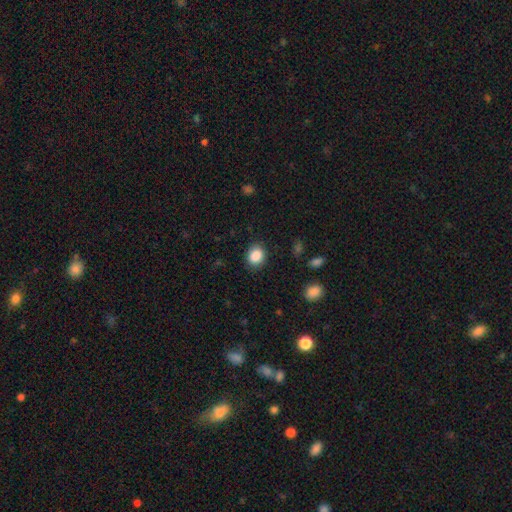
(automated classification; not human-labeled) A smooth galaxy with no disk features (87%) that is round (55%).

Vote fractions:
- Smooth or featured? smooth: 87% / star or artifact: 9% / featured or disk: 4%
- How rounded? round: 55% / in between: 44% / cigar-shaped: 1%
- Merging? none: 85% / minor disturbance: 11% / major disturbance: 3% / merger: 1%